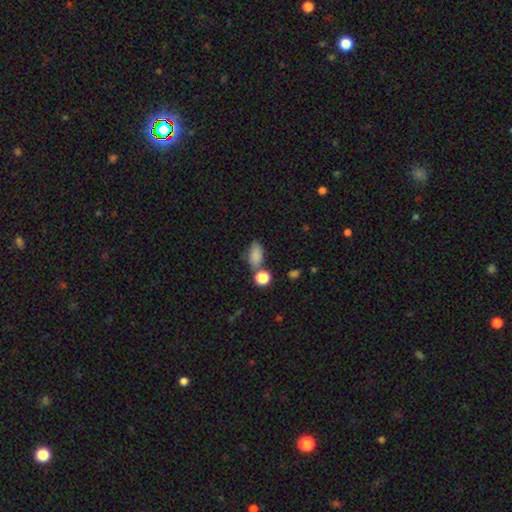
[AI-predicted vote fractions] smooth-or-featured: smooth: 83% | star or artifact: 10% | featured or disk: 6%
  how-rounded: in between: 86% | round: 10% | cigar-shaped: 4%
  merging: none: 60% | minor disturbance: 17% | merger: 17% | major disturbance: 6%